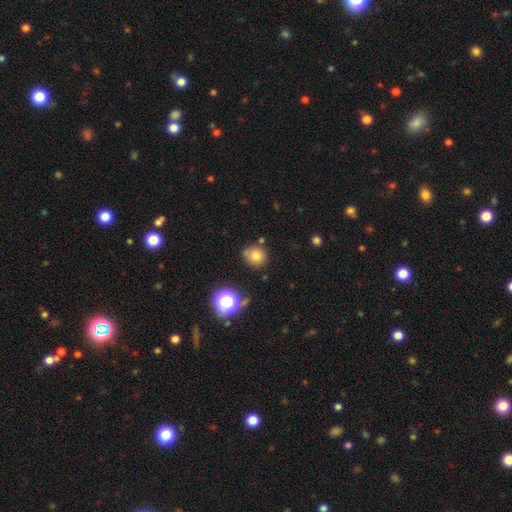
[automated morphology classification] Overall: smooth (77%). How rounded: round (82%). Merging: none (70%).